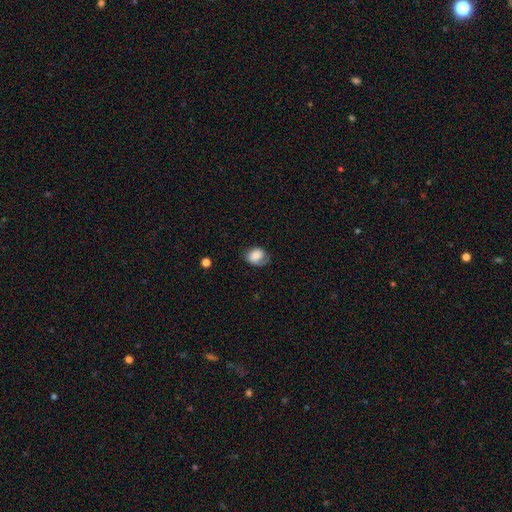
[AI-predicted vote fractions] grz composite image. It shows a smooth galaxy with no disk features (75%) that is in between round and cigar-shaped (63%). Merging: none (48%).